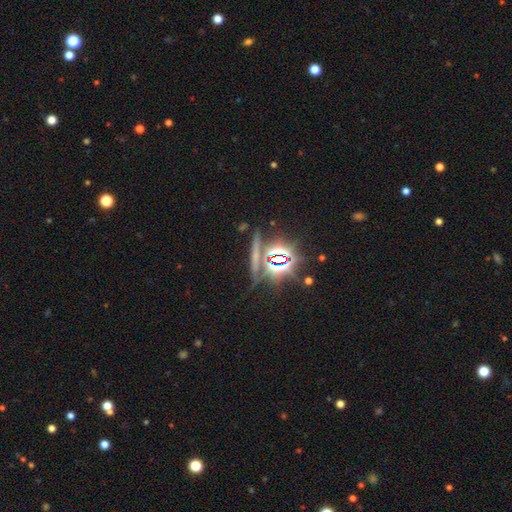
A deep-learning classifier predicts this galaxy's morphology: The model was most divided on "smooth or featured": star or artifact: 61%, smooth: 20%, featured or disk: 19%.